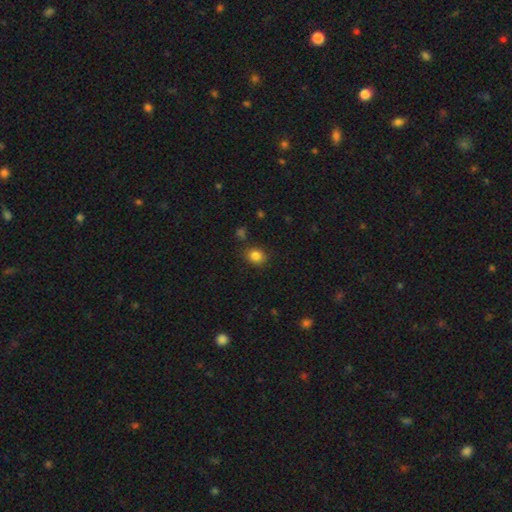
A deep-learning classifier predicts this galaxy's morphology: Smooth or featured?
  - smooth: 84% *
  - star or artifact: 11%
  - featured or disk: 5%
How rounded?
  - round: 66% *
  - in between: 33%
  - cigar-shaped: 1%
Merging?
  - none: 82% *
  - minor disturbance: 11%
  - major disturbance: 3%
  - merger: 3%